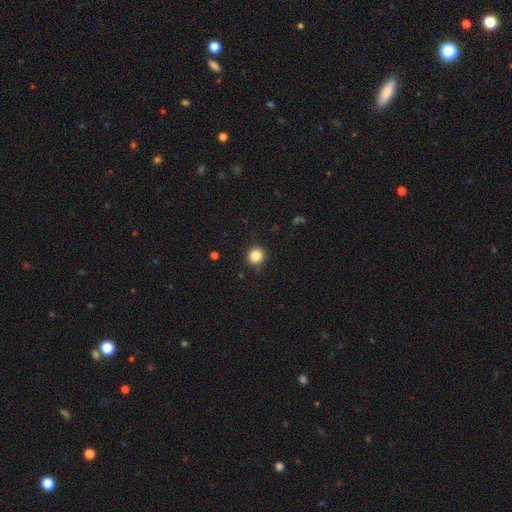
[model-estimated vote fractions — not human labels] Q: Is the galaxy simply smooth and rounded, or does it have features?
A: smooth — 85%.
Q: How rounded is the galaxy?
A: round — 92%.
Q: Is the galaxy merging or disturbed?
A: none — 90%.